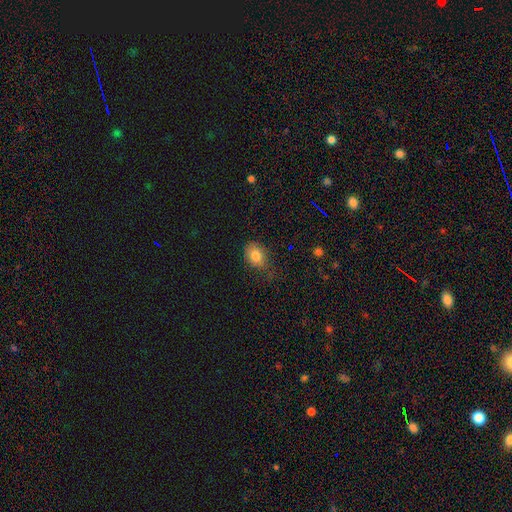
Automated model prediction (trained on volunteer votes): This appears to be a smooth galaxy with no disk features (81%) that is in between round and cigar-shaped (66%). Merging: none (57%).